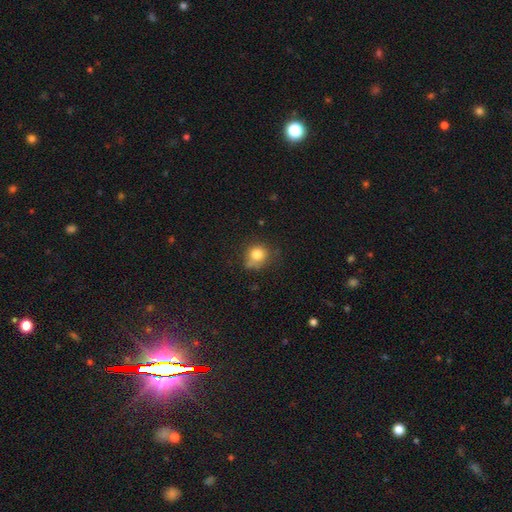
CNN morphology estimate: Smooth or featured: smooth — 80% (star or artifact — 11%)
How rounded: round — 80% (in between — 19%)
Merging: none — 61% (minor disturbance — 26%)